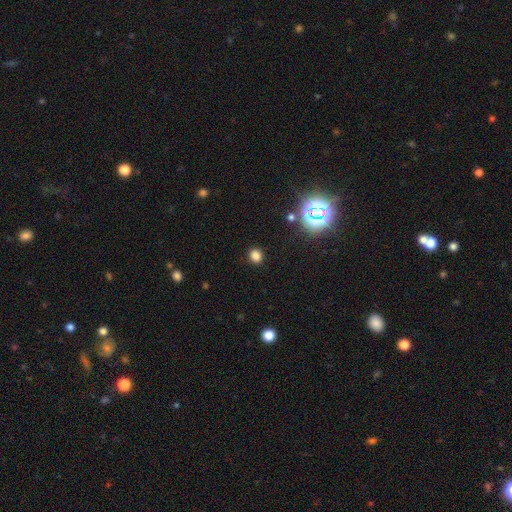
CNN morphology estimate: Smooth or featured? Predicted: smooth (p=0.79). How rounded? Predicted: round (p=0.73). Merging? Predicted: none (p=0.90).